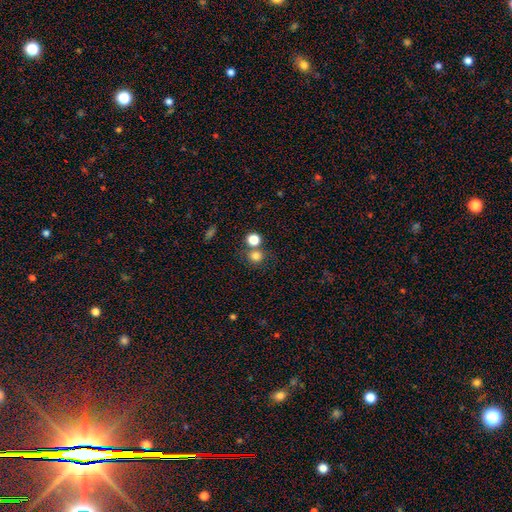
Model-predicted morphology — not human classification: Overall: smooth (79%). How rounded: round (86%). Merging: none (63%; merger 25%).